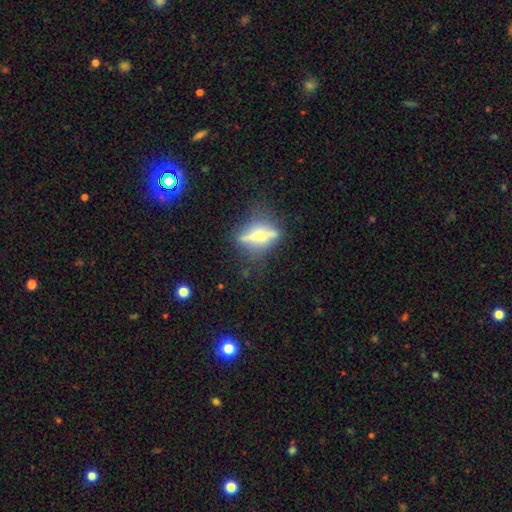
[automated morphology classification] Smooth or featured?
  - featured or disk: 53% *
  - smooth: 32%
  - star or artifact: 16%
Edge-on disk?
  - yes: 70% *
  - no: 30%
Merging?
  - none: 66% *
  - minor disturbance: 19%
  - major disturbance: 11%
  - merger: 4%